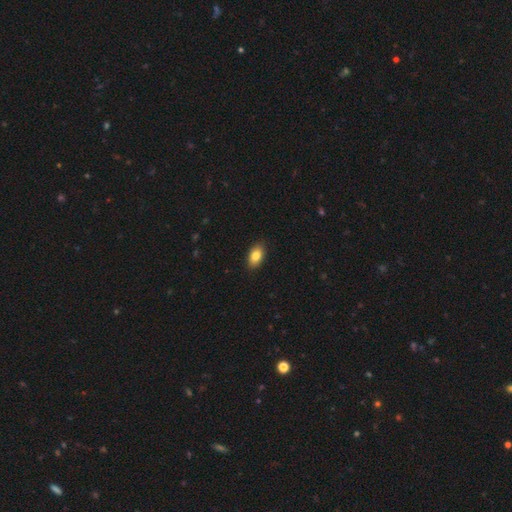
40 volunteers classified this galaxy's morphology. This appears to be a smooth galaxy with no disk features (88%) that is in between round and cigar-shaped (83%). Merging: none (87%).